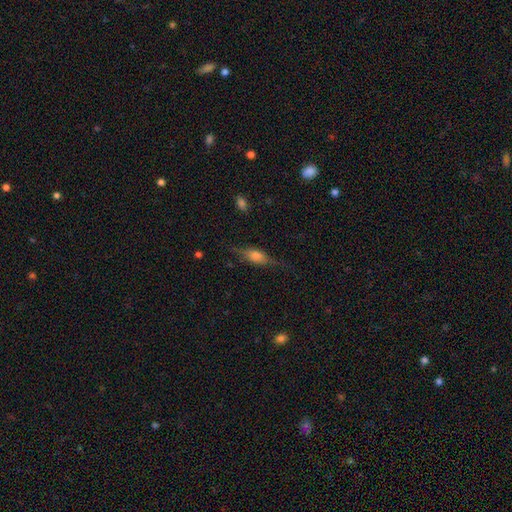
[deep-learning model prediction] Smooth or featured?
  - featured or disk: 53% *
  - smooth: 38%
  - star or artifact: 9%
Edge-on disk?
  - yes: 92% *
  - no: 8%
Merging?
  - none: 71% *
  - minor disturbance: 20%
  - major disturbance: 8%
  - merger: 2%